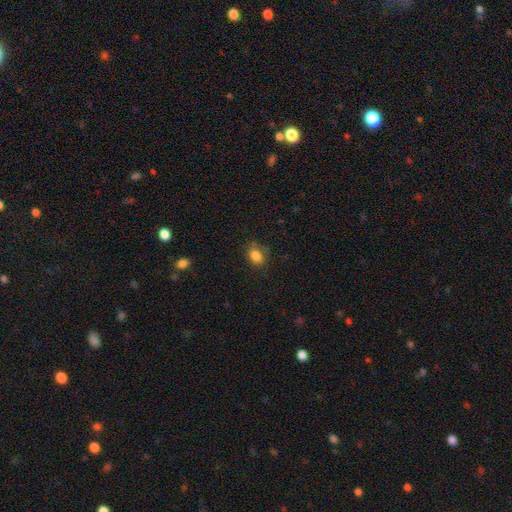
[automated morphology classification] type=smooth (84%); roundness=in between (67%); merging=none (72%).